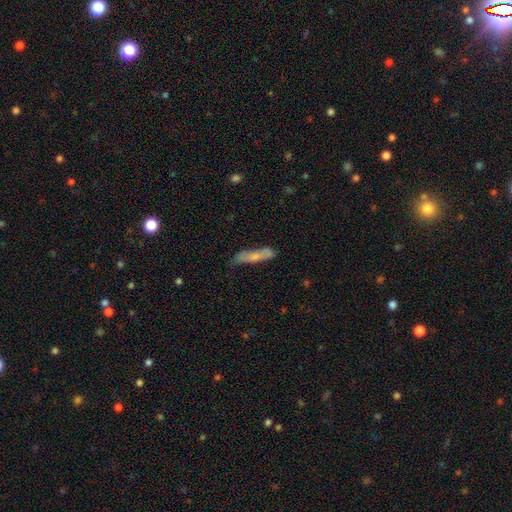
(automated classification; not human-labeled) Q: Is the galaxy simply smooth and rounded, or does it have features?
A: smooth — 64%.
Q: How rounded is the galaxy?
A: cigar-shaped — 82%.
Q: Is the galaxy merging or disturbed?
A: none — 66%.